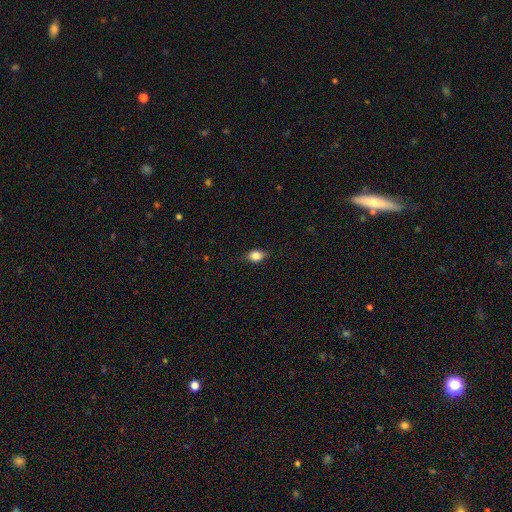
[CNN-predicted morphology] This is clearly a smooth galaxy (82%). How rounded: likely in between (74%). Merging: clearly none (83%).